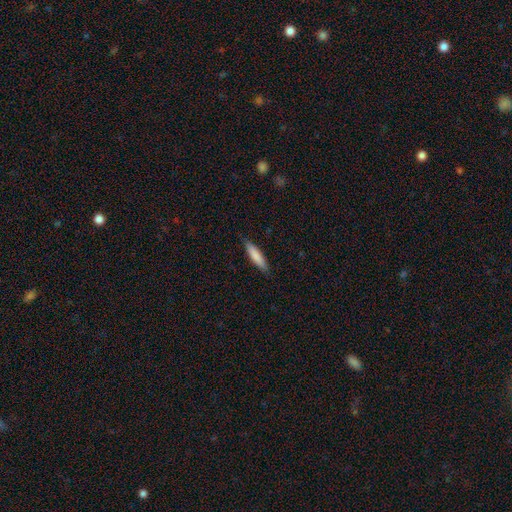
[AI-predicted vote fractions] Smooth or featured? Predicted: smooth (p=0.81). How rounded? Predicted: cigar-shaped (p=0.80). Merging? Predicted: none (p=0.86).